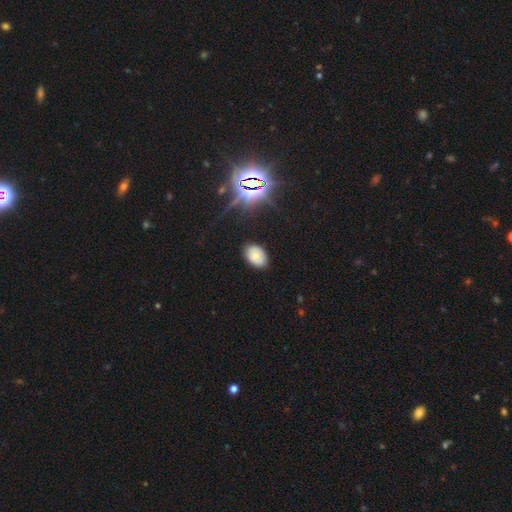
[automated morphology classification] Smooth or featured? smooth (66%)
How rounded? in between (85%)
Merging? none (84%)